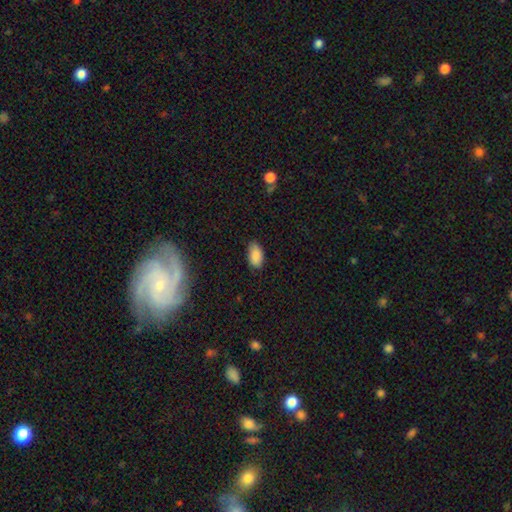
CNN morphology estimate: Smooth or featured? smooth (88%)
How rounded? in between (94%)
Merging? none (78%)